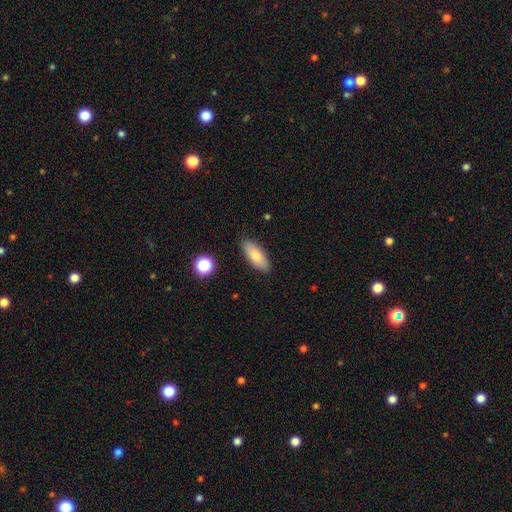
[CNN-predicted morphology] Smooth or featured? smooth (77%)
How rounded? in between (77%)
Merging? none (87%)